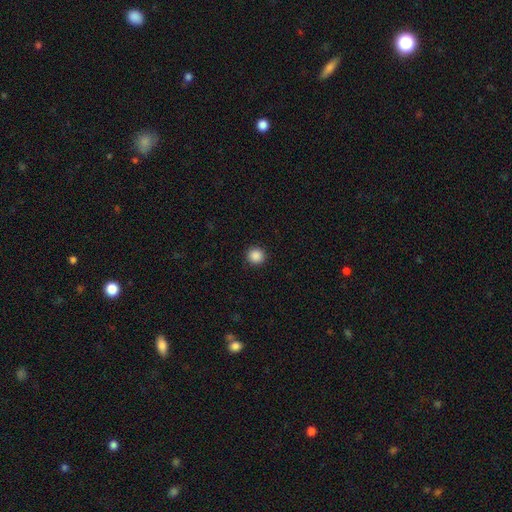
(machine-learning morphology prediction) Smooth or featured? Predicted: smooth (p=0.88). How rounded? Predicted: round (p=0.95). Merging? Predicted: none (p=0.93).